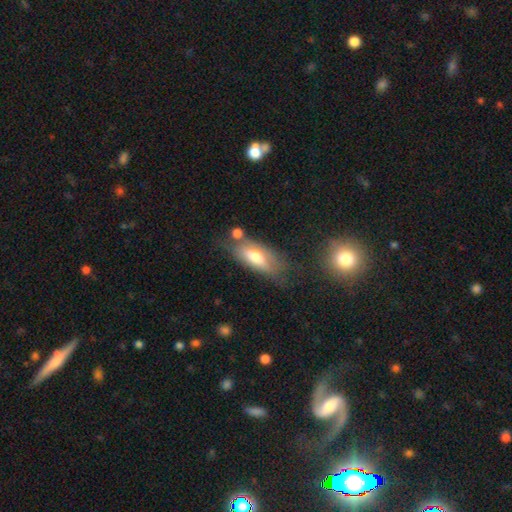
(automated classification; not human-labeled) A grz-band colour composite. It shows a smooth galaxy with no disk features (65%) that is in between round and cigar-shaped (77%). Merging: none (53%).